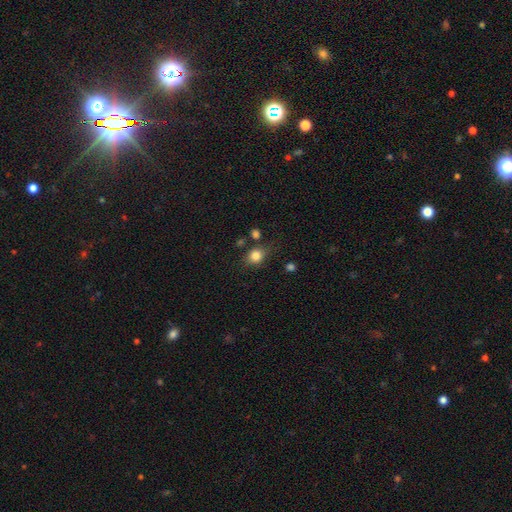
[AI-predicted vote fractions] Smooth or featured?
  - smooth: 82% *
  - star or artifact: 11%
  - featured or disk: 8%
How rounded?
  - round: 61% *
  - in between: 38%
  - cigar-shaped: 1%
Merging?
  - none: 69% *
  - minor disturbance: 18%
  - merger: 7%
  - major disturbance: 6%